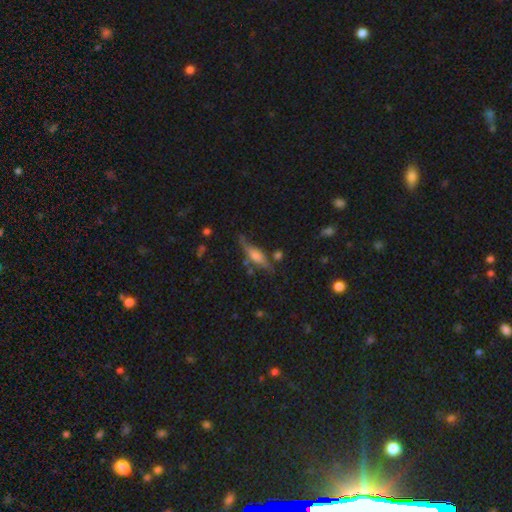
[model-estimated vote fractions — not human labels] This appears to be a featured or disk galaxy (49%). Merging: none (65%).